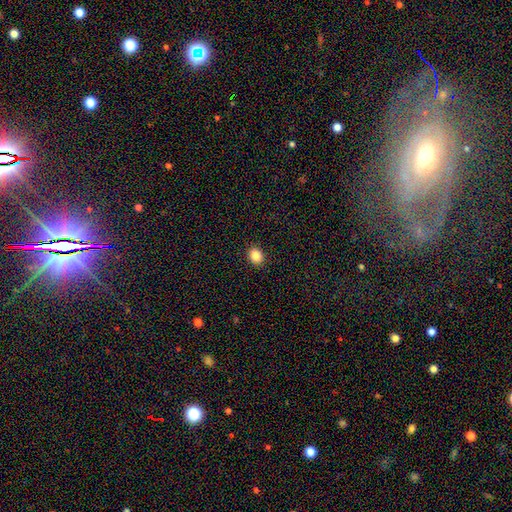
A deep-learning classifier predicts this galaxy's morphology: Smooth or featured? Predicted: smooth (p=0.85). How rounded? Predicted: in between (p=0.53). Merging? Predicted: none (p=0.91).